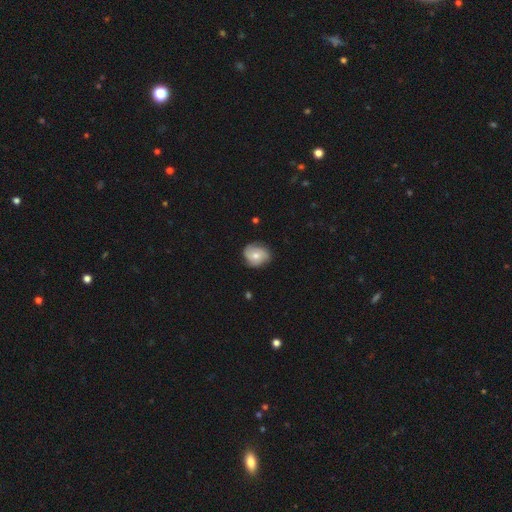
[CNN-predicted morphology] Smooth or featured: featured or disk — 47% (smooth — 45%)
Merging: none — 74% (minor disturbance — 20%)